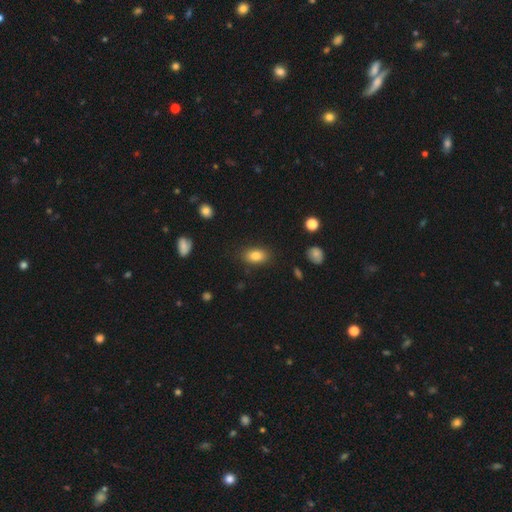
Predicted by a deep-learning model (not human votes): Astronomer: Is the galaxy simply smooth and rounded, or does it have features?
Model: smooth — 83%.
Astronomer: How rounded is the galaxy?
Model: in between — 86%.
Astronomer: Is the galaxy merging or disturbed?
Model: none — 85%.